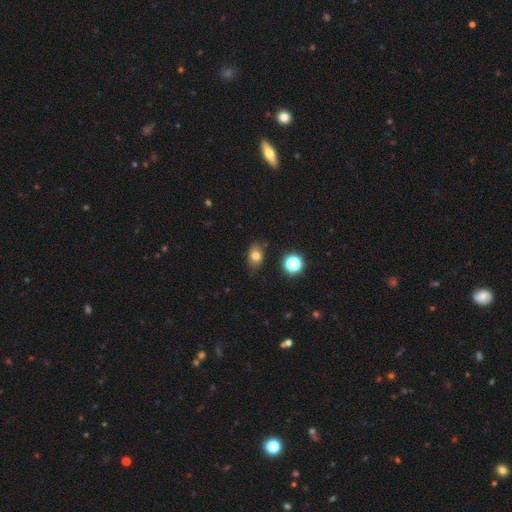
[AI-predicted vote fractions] smooth_or_featured: smooth (p=0.77) [alt: star or artifact p=0.13]
how_rounded: in between (p=0.69) [alt: round p=0.30]
merging: none (p=0.79) [alt: minor disturbance p=0.16]